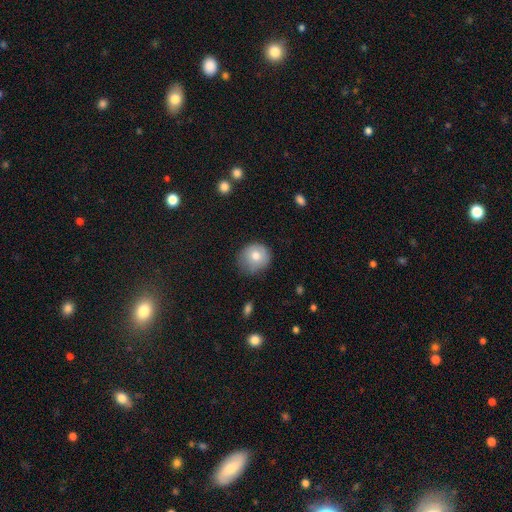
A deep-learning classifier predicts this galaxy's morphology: A smooth galaxy with no disk features (76%) that is round (84%). Merging: none (66%).